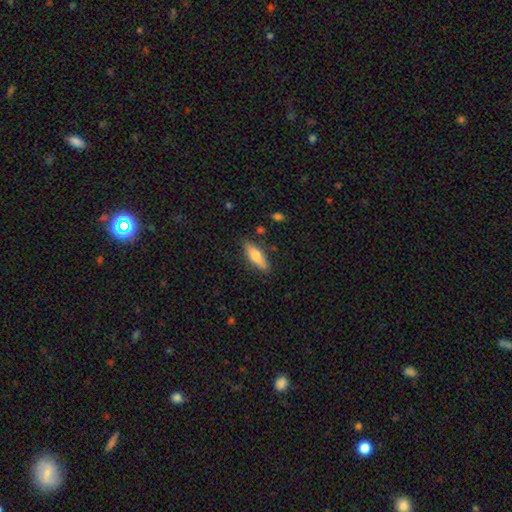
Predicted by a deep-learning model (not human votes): smooth-or-featured: smooth: 63% | featured or disk: 31% | star or artifact: 6%
  how-rounded: cigar-shaped: 55% | in between: 43% | round: 2%
  merging: none: 84% | minor disturbance: 12% | major disturbance: 3% | merger: 2%